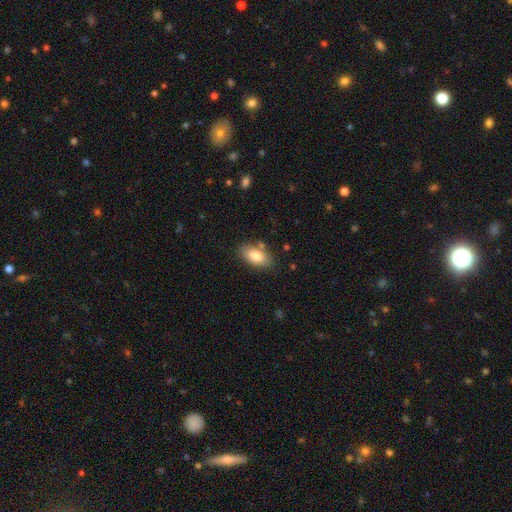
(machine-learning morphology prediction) Overall: smooth (83%). How rounded: in between (92%). Merging: none (79%).